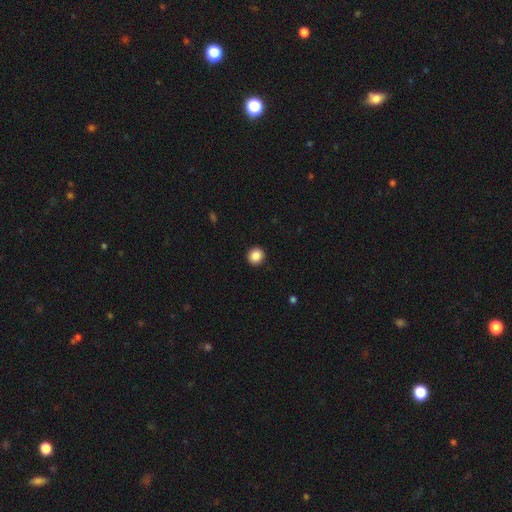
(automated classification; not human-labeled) Smooth or featured?
  - smooth: 88% *
  - star or artifact: 9%
  - featured or disk: 3%
How rounded?
  - round: 88% *
  - in between: 11%
  - cigar-shaped: 1%
Merging?
  - none: 92% *
  - minor disturbance: 5%
  - major disturbance: 2%
  - merger: 1%